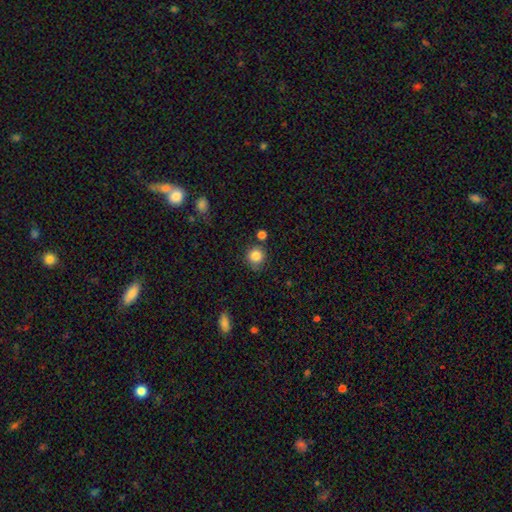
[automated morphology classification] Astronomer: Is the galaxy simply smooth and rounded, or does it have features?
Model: smooth — 84%.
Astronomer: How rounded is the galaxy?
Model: round — 91%.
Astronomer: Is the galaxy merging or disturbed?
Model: none — 78%.